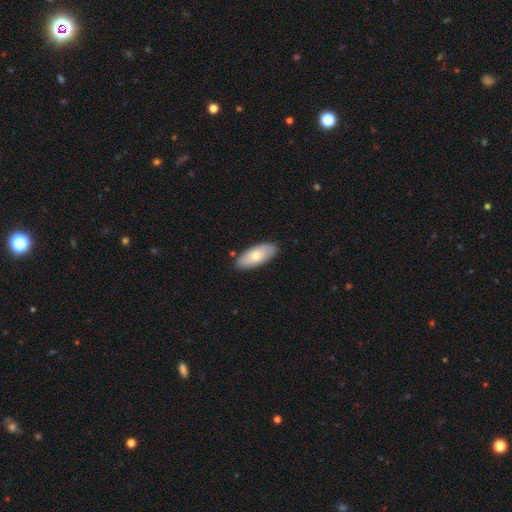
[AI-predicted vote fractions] Q: Smooth or featured?
A: smooth (72%); runner-up: featured or disk (23%)
Q: How rounded?
A: in between (88%); runner-up: cigar-shaped (10%)
Q: Merging?
A: none (85%); runner-up: minor disturbance (11%)